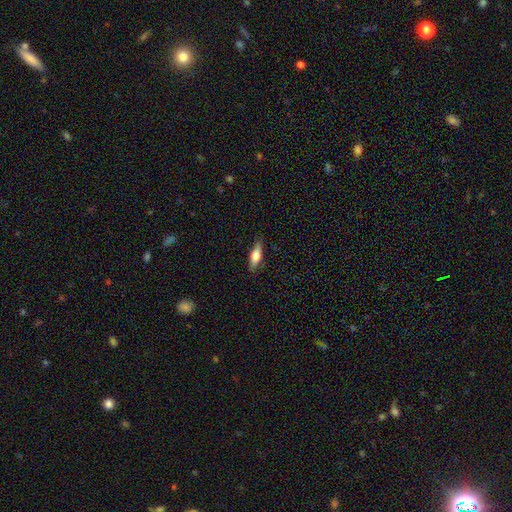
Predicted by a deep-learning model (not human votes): The model was most divided on "how rounded": in between: 51%, cigar-shaped: 46%, round: 3%. More confident: merging — none (82%); smooth or featured — smooth (64%).